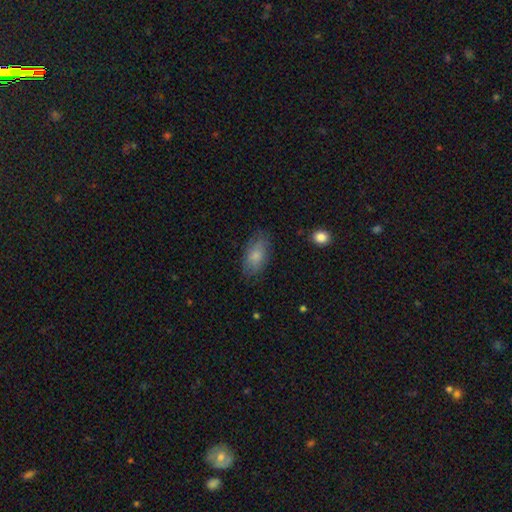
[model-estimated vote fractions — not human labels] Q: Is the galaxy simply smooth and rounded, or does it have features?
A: smooth — 79%.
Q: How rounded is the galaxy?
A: in between — 92%.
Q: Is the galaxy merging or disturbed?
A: none — 77%.